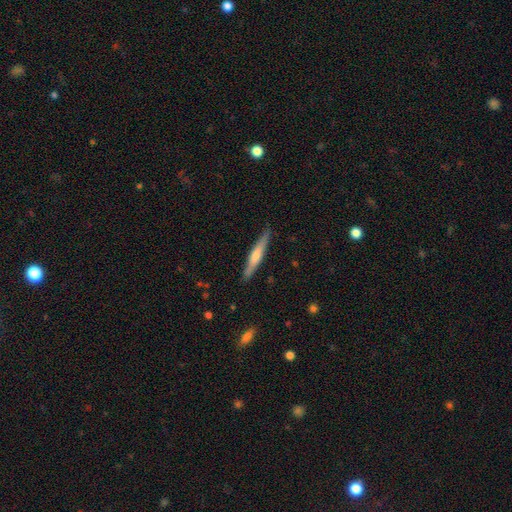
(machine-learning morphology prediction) This appears to be a featured or disk galaxy (55%) viewed edge-on (96%) with a rounded central bulge (70%). Merging: none (89%).